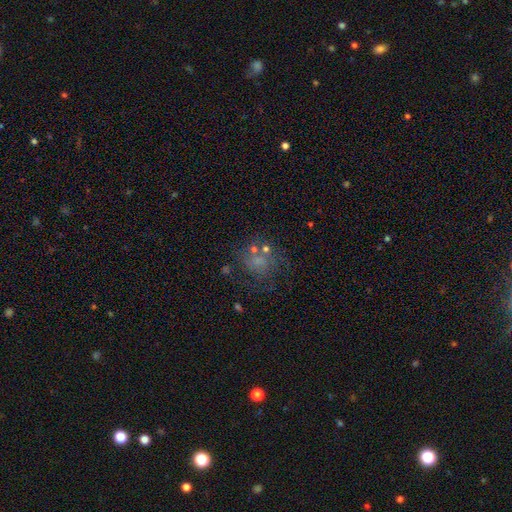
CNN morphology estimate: smooth_or_featured: smooth (p=0.39) [alt: featured or disk p=0.37]
merging: none (p=0.55) [alt: major disturbance p=0.19]